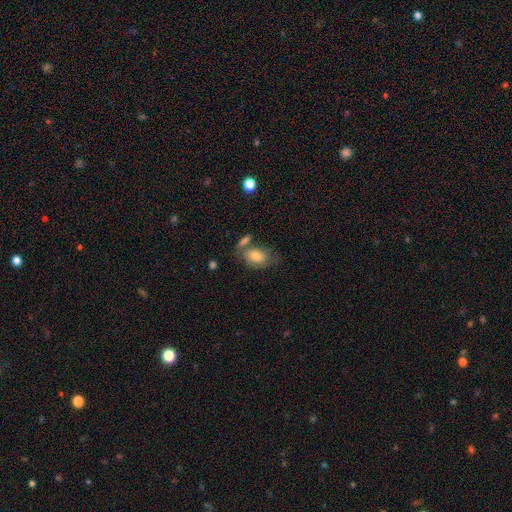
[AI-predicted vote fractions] A smooth galaxy with no disk features (69%) that is in between round and cigar-shaped (84%).

Vote fractions:
- Smooth or featured? smooth: 69% / featured or disk: 24% / star or artifact: 8%
- How rounded? in between: 84% / round: 14% / cigar-shaped: 2%
- Merging? none: 45% / minor disturbance: 22% / merger: 22% / major disturbance: 11%